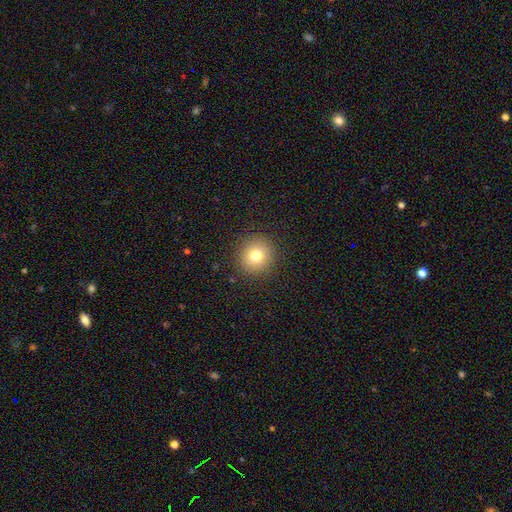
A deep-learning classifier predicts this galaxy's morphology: The model was most divided on "smooth or featured": smooth: 77%, star or artifact: 13%, featured or disk: 10%. More confident: how rounded — round (92%); merging — none (90%).